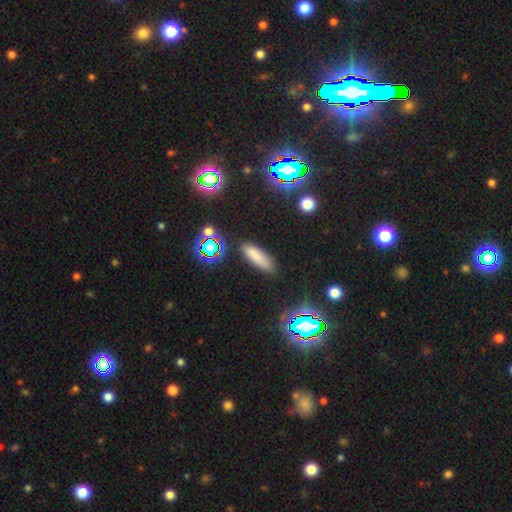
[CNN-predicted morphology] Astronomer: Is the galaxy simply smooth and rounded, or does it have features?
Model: smooth — 75%.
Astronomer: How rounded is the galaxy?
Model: cigar-shaped — 48%, tied with in between at 48%.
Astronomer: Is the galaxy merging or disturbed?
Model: none — 82%.